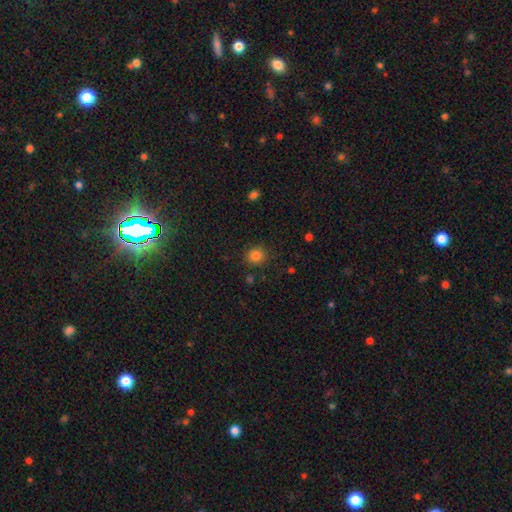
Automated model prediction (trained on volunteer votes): Overall: smooth (83%). How rounded: round (88%). Merging: none (88%).